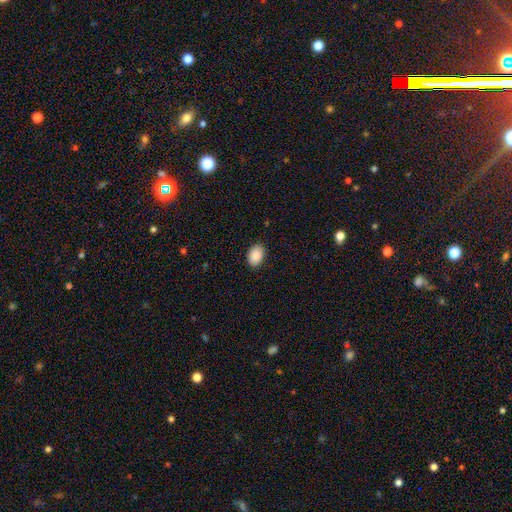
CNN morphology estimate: smooth-or-featured: smooth: 88% | star or artifact: 8% | featured or disk: 5%
  how-rounded: in between: 79% | round: 20% | cigar-shaped: 1%
  merging: none: 86% | minor disturbance: 11% | major disturbance: 2% | merger: 1%